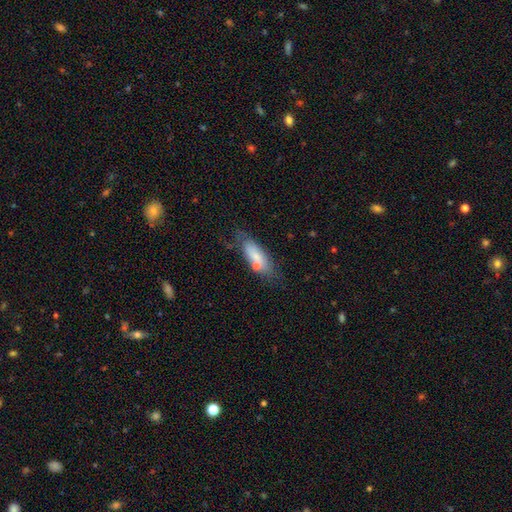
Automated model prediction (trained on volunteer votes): This appears to be a smooth galaxy with no disk features (70%) that is in between round and cigar-shaped (68%). Merging: none (55%).